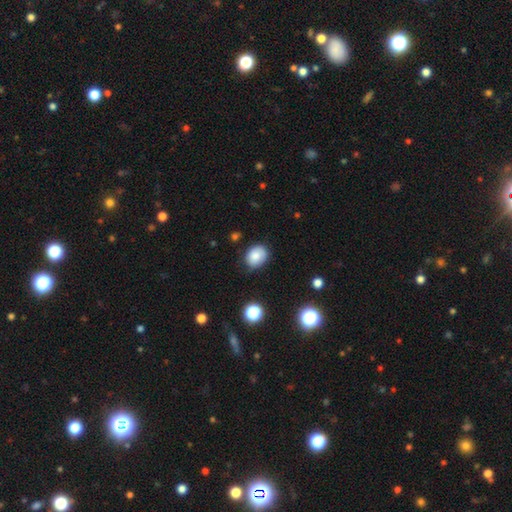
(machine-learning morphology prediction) smooth_or_featured: smooth (p=0.82) [alt: star or artifact p=0.09]
how_rounded: in between (p=0.56) [alt: round p=0.43]
merging: none (p=0.76) [alt: minor disturbance p=0.19]